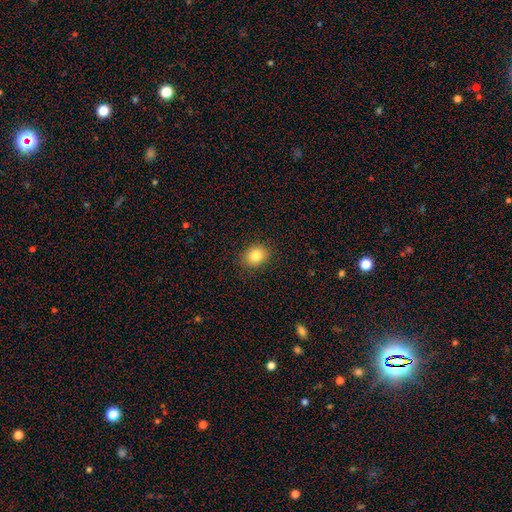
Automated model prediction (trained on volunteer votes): smooth_or_featured: smooth (p=0.83) [alt: star or artifact p=0.10]
how_rounded: round (p=0.51) [alt: in between p=0.49]
merging: none (p=0.88) [alt: minor disturbance p=0.09]